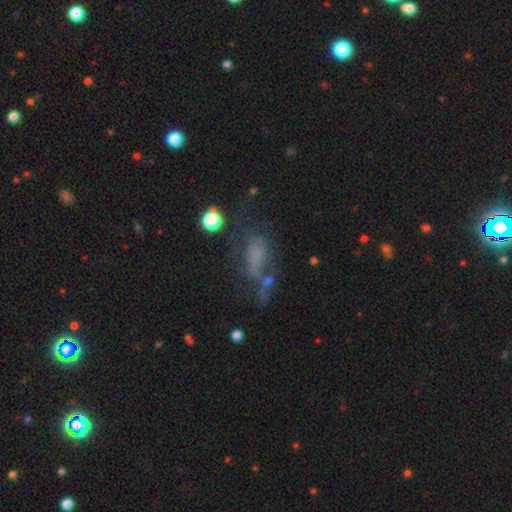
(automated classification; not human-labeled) The model was most divided on "merging": major disturbance: 35%, none: 33%, minor disturbance: 20%, merger: 13%. Remaining: smooth or featured — smooth (40%).